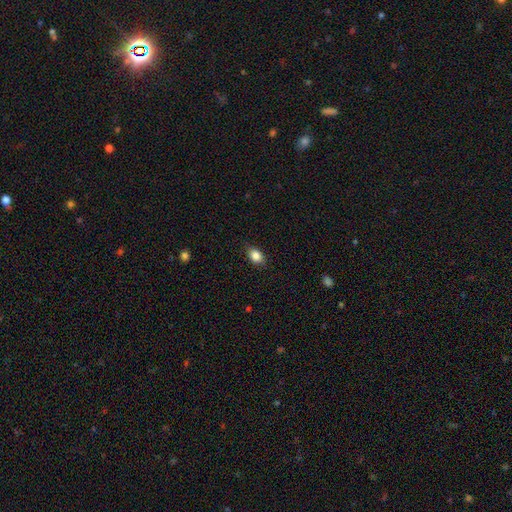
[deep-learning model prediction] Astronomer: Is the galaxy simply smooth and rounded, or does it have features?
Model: smooth — 86%.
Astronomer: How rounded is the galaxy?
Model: in between — 75%.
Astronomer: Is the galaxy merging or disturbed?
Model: none — 86%.